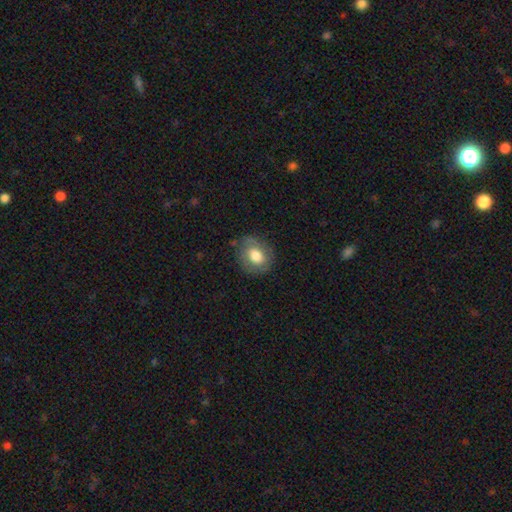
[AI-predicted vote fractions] Smooth or featured?
  - smooth: 66% *
  - featured or disk: 27%
  - star or artifact: 8%
How rounded?
  - round: 63% *
  - in between: 36%
  - cigar-shaped: 1%
Merging?
  - none: 76% *
  - minor disturbance: 17%
  - major disturbance: 5%
  - merger: 1%